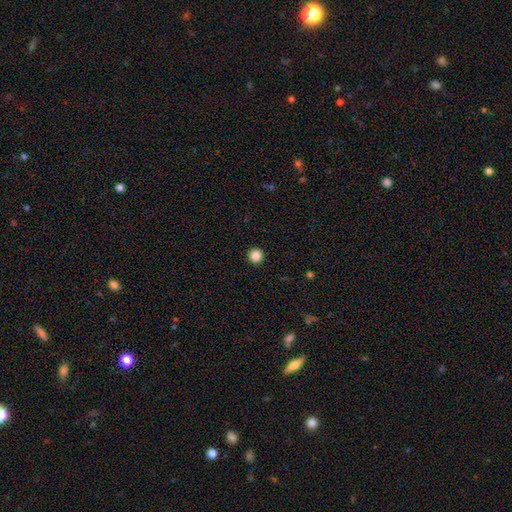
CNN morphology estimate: smooth_or_featured: smooth (p=0.85) [alt: star or artifact p=0.11]
how_rounded: round (p=0.96) [alt: in between p=0.03]
merging: none (p=0.94) [alt: minor disturbance p=0.04]